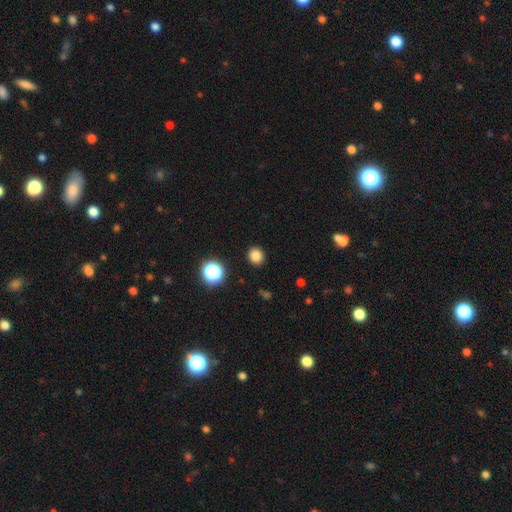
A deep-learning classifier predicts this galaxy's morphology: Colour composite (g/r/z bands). It shows a smooth galaxy with no disk features (82%) that is round (84%). Merging: none (91%).